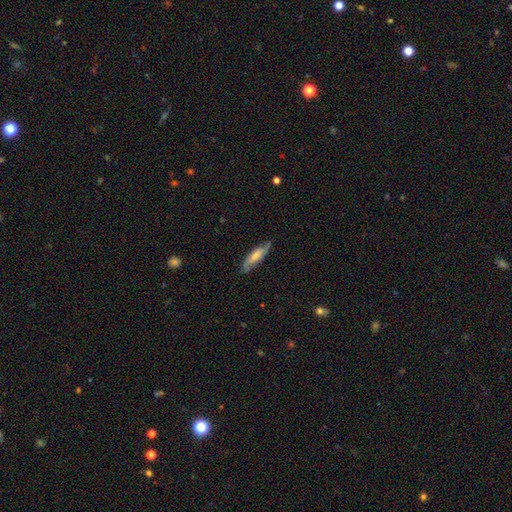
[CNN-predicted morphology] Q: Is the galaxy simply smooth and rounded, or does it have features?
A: featured or disk — 48%.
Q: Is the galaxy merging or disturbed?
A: none — 75%.